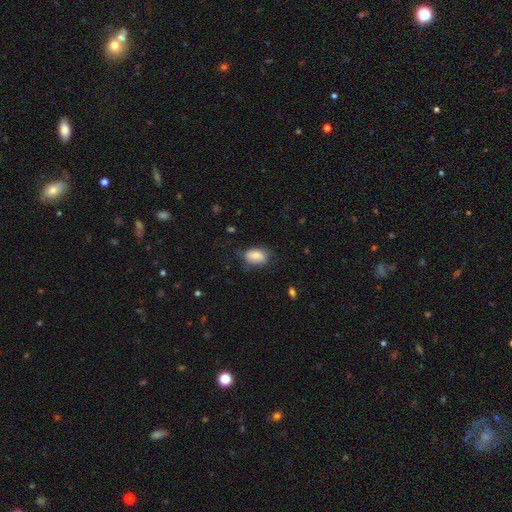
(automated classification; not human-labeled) smooth-or-featured: smooth: 79% | featured or disk: 14% | star or artifact: 7%
  how-rounded: in between: 86% | round: 12% | cigar-shaped: 2%
  merging: none: 61% | minor disturbance: 27% | major disturbance: 10% | merger: 2%